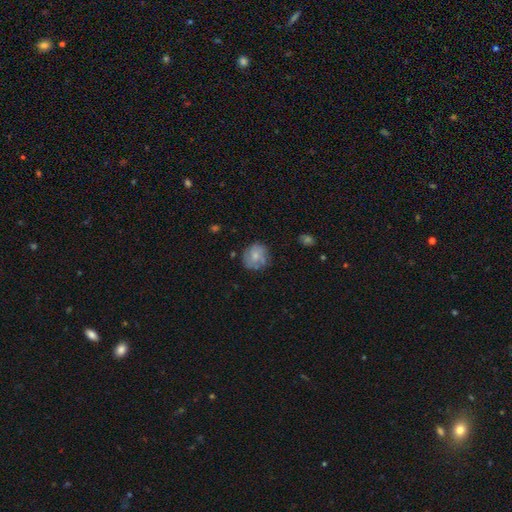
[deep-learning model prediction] smooth-or-featured: smooth: 54% | featured or disk: 37% | star or artifact: 8%
  how-rounded: round: 82% | in between: 17% | cigar-shaped: 1%
  merging: none: 72% | minor disturbance: 19% | major disturbance: 7% | merger: 2%